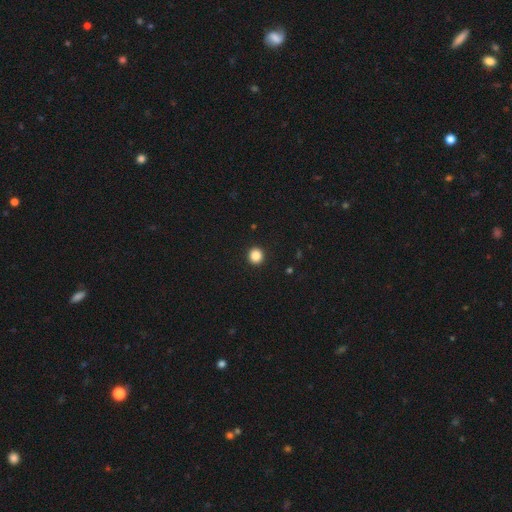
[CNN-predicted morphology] A smooth galaxy with no disk features (86%) that is round (91%).

Vote fractions:
- Smooth or featured? smooth: 86% / star or artifact: 10% / featured or disk: 3%
- How rounded? round: 91% / in between: 8% / cigar-shaped: 1%
- Merging? none: 93% / minor disturbance: 4% / major disturbance: 1% / merger: 1%